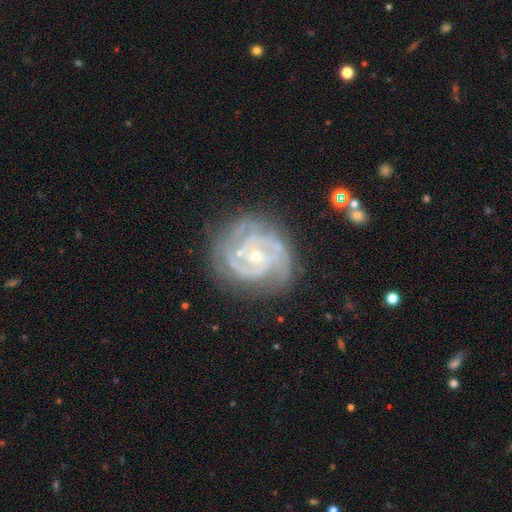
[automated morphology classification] The model was most divided on "spiral arm count": 3: 33%, 2: 31%, can't tell: 16%, 4: 10%, more than 4: 5%, 1: 5%. More confident: edge-on disk — no (98%); spiral arms — yes (97%); smooth or featured — featured or disk (89%); merging — none (74%); bulge size — small (68%); spiral winding — tight (68%); bar — no (68%).